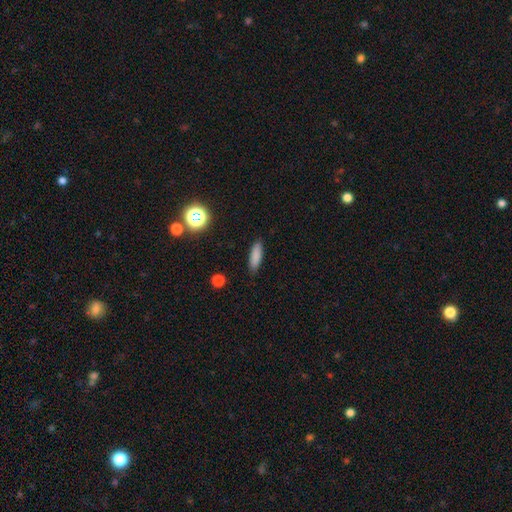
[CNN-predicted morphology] A smooth galaxy with no disk features (84%) that is cigar-shaped (55%).

Vote fractions:
- Smooth or featured? smooth: 84% / star or artifact: 9% / featured or disk: 7%
- How rounded? cigar-shaped: 55% / in between: 43% / round: 2%
- Merging? none: 87% / minor disturbance: 9% / major disturbance: 2% / merger: 1%